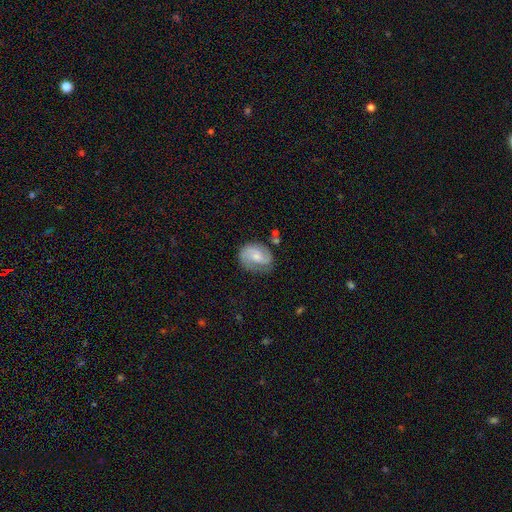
This appears to be a featured or disk galaxy (67%) with no bar (77%), 2 (72%) medium (48%) spiral arms (96%) and a moderate central bulge (38%, tied with small). Merging: none (77%).